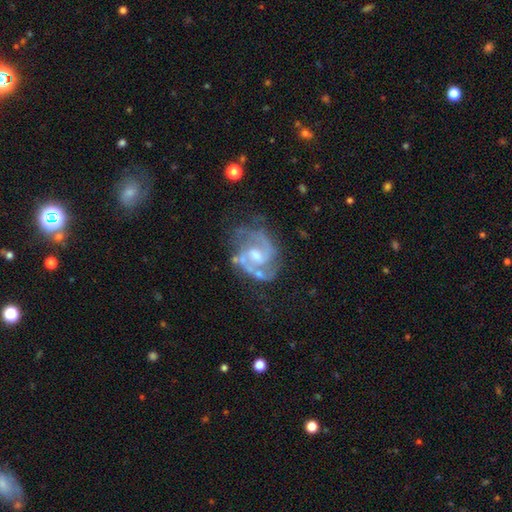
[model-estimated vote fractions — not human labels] Overall: featured or disk (90%). Edge-on disk: no (98%). Bar: weak (56%; no 27%). Spiral arms: yes (97%). Spiral arm count: 2 (86%). Spiral winding: medium (59%; tight 29%). Bulge size: moderate (53%; small 35%). Merging: none (64%).